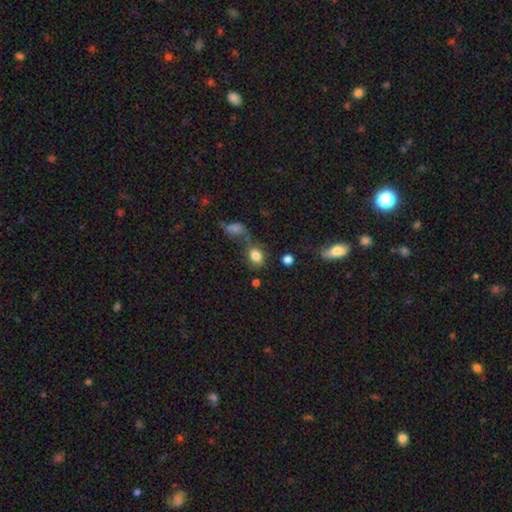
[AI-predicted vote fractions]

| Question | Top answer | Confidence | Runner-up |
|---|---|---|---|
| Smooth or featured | smooth | 81% | star or artifact (11%) |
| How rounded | in between | 65% | round (33%) |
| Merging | none | 56% | minor disturbance (19%) |